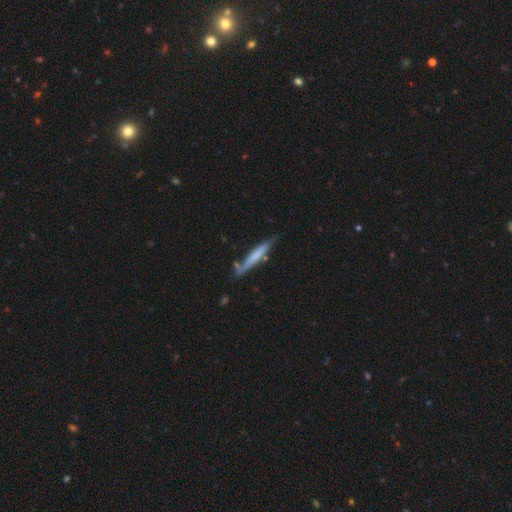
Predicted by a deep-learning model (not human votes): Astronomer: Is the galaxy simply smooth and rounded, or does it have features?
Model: smooth — 54% (runner-up: featured or disk, 40%).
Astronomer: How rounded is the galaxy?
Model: cigar-shaped — 92%.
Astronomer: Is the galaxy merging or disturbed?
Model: none — 65%.